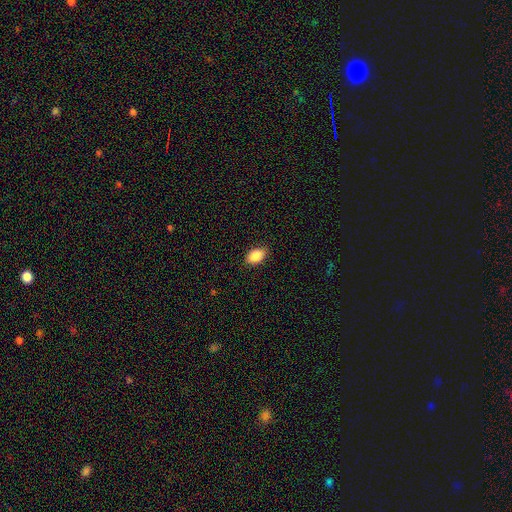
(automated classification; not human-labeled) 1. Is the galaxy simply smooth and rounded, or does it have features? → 87% smooth, 8% star or artifact, 5% featured or disk.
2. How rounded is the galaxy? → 86% in between, 12% round, 2% cigar-shaped.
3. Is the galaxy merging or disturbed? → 86% none, 11% minor disturbance, 2% major disturbance, 1% merger.